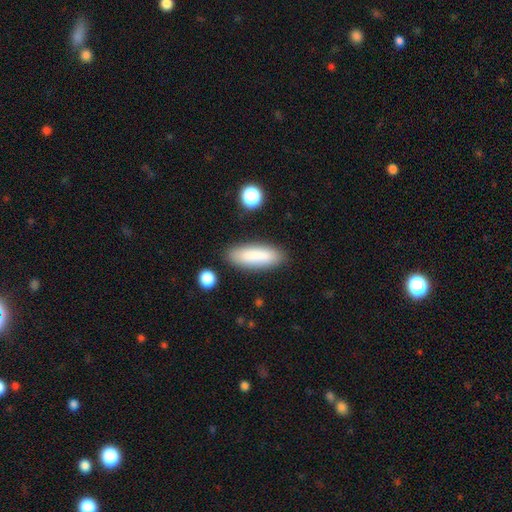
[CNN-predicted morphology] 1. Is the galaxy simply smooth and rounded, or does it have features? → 84% smooth, 9% featured or disk, 7% star or artifact.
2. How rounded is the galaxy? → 50% in between, 48% cigar-shaped, 2% round.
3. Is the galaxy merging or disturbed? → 83% none, 11% minor disturbance, 3% merger, 3% major disturbance.